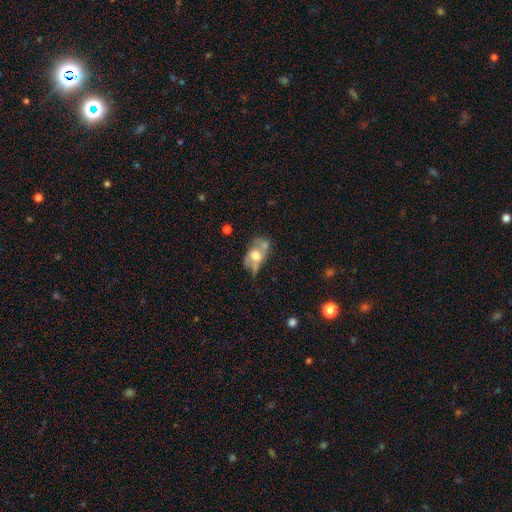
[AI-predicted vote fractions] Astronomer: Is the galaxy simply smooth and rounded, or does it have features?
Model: featured or disk — 51% (runner-up: smooth, 40%).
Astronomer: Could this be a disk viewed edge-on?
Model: no — 91%.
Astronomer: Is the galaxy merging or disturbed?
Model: none — 32% (runner-up: minor disturbance, 25%).